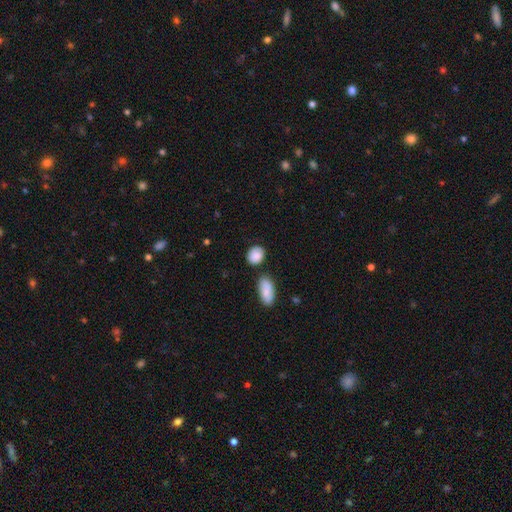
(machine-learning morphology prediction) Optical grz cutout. It shows a smooth galaxy with no disk features (87%) that is in between round and cigar-shaped (54%). Merging: none (73%).